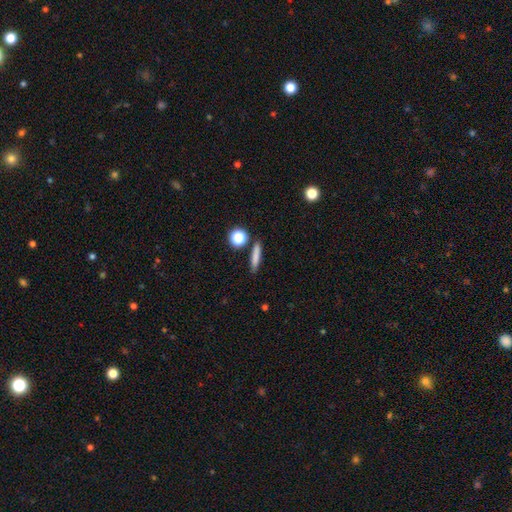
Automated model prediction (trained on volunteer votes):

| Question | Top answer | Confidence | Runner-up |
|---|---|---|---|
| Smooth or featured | smooth | 78% | featured or disk (12%) |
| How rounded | cigar-shaped | 80% | in between (12%) |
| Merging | none | 86% | minor disturbance (8%) |